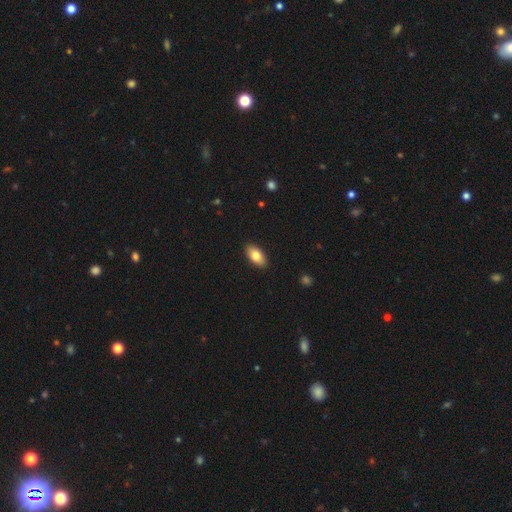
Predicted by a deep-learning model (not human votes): smooth_or_featured: smooth (p=0.80) [alt: featured or disk p=0.14]
how_rounded: in between (p=0.92) [alt: cigar-shaped p=0.05]
merging: none (p=0.89) [alt: minor disturbance p=0.08]